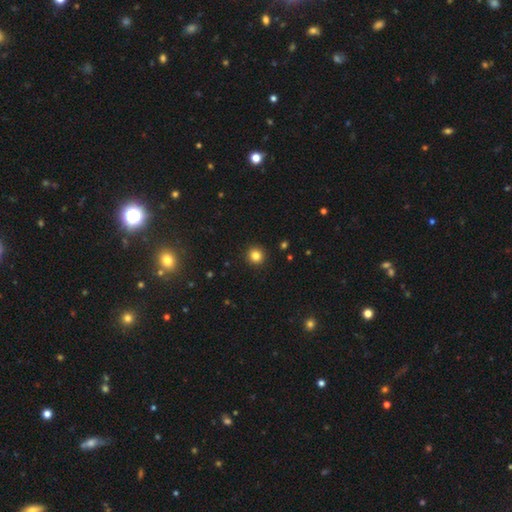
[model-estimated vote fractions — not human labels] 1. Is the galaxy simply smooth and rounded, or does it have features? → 83% smooth, 12% star or artifact, 5% featured or disk.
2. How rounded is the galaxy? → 94% round, 5% in between, 1% cigar-shaped.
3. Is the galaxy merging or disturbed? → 93% none, 4% minor disturbance, 2% major disturbance, 1% merger.